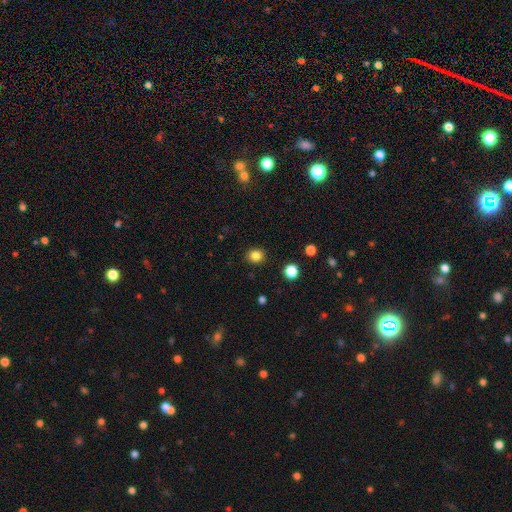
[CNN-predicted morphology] Smooth or featured?
  - smooth: 84% *
  - star or artifact: 12%
  - featured or disk: 5%
How rounded?
  - round: 75% *
  - in between: 24%
  - cigar-shaped: 1%
Merging?
  - none: 90% *
  - minor disturbance: 6%
  - major disturbance: 2%
  - merger: 1%